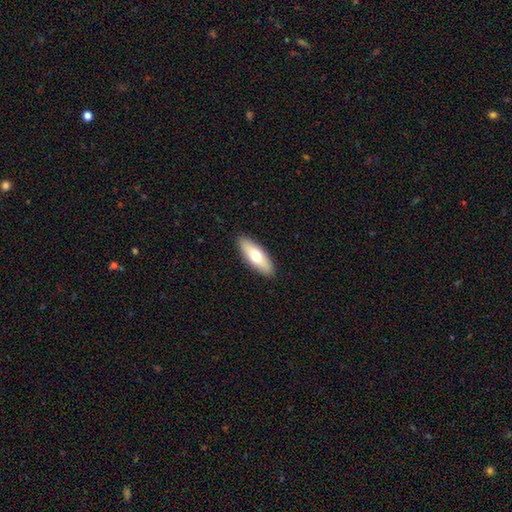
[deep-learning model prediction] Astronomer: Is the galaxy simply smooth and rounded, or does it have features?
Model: smooth — 67%.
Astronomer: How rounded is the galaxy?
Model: in between — 65%.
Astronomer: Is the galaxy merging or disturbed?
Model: none — 90%.